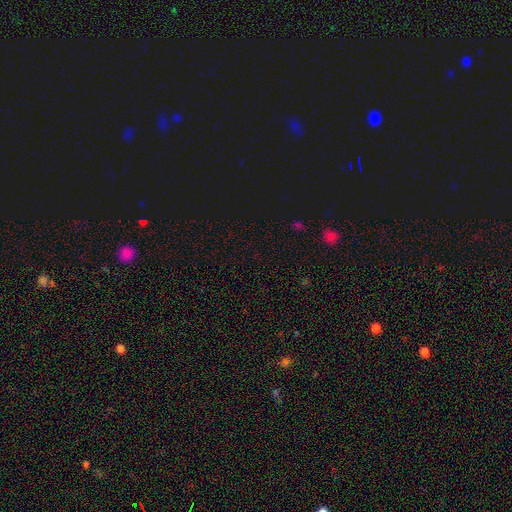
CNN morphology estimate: type=star or artifact (70%).